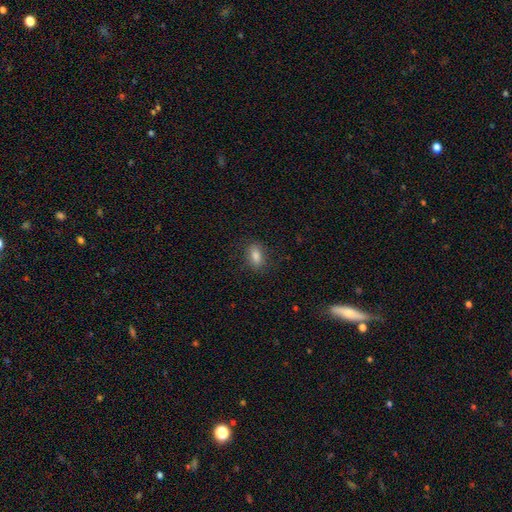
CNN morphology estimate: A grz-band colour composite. It shows a smooth galaxy with no disk features (82%) that is in between round and cigar-shaped (82%). Merging: none (84%).